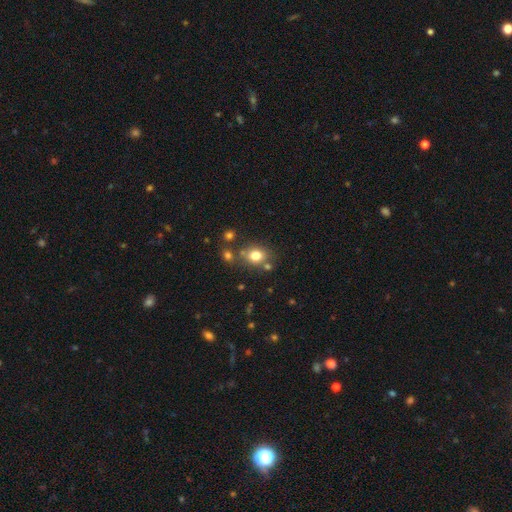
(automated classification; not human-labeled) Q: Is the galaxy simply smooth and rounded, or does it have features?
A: smooth — 78%.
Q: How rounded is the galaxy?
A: round — 62%.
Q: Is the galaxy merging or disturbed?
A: none — 70%.